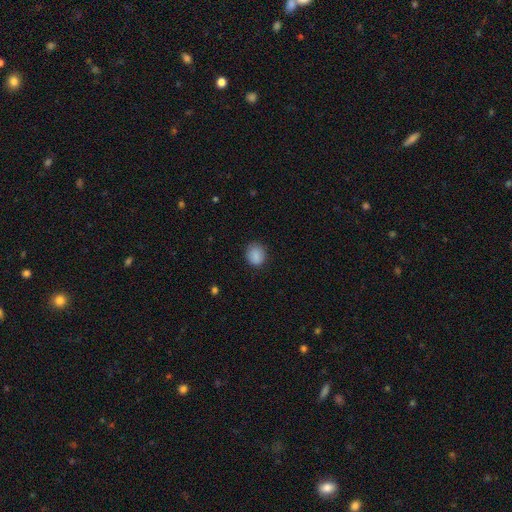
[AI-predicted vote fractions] smooth_or_featured: smooth (p=0.87) [alt: star or artifact p=0.08]
how_rounded: round (p=0.70) [alt: in between p=0.29]
merging: none (p=0.82) [alt: minor disturbance p=0.14]